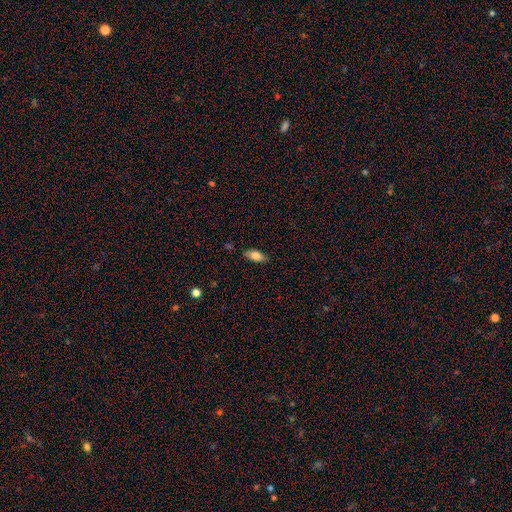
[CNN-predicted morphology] Overall: smooth (82%). How rounded: in between (87%). Merging: none (83%).